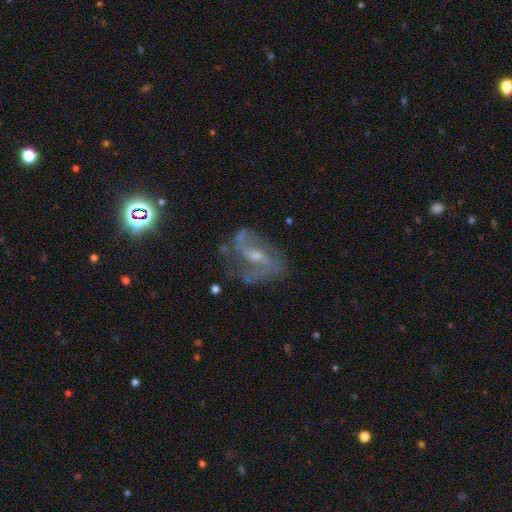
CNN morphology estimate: The model was most divided on "spiral winding": medium: 43%, loose: 41%, tight: 16%. Remaining: edge-on disk — no (95%); spiral arms — yes (85%); smooth or featured — featured or disk (78%); spiral arm count — 2 (75%); merging — none (58%); bulge size — small (50%); bar — weak (47%).